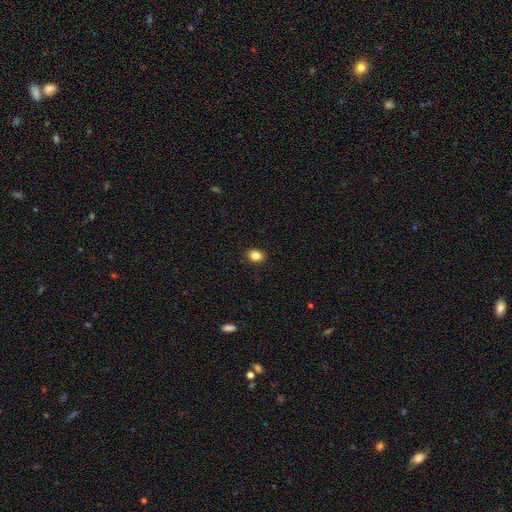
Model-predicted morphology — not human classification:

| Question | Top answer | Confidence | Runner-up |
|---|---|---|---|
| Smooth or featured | smooth | 85% | star or artifact (10%) |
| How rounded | in between | 53% | round (46%) |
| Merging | none | 91% | minor disturbance (7%) |